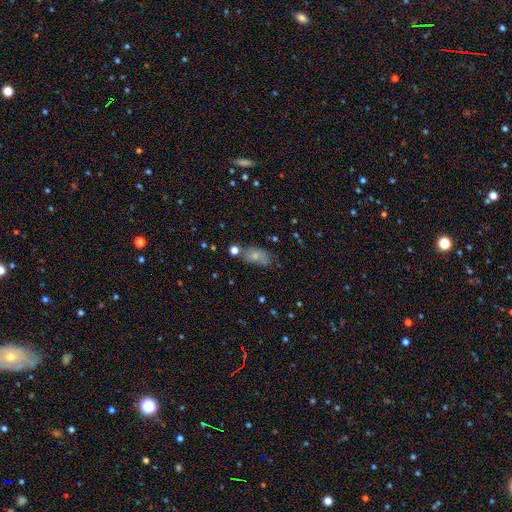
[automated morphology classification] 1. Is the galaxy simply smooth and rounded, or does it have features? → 69% smooth, 18% featured or disk, 13% star or artifact.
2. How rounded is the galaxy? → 85% in between, 11% round, 4% cigar-shaped.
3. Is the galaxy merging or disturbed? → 49% none, 26% minor disturbance, 14% merger, 11% major disturbance.